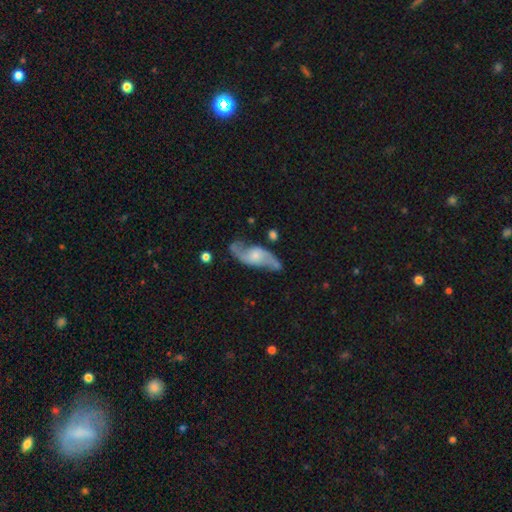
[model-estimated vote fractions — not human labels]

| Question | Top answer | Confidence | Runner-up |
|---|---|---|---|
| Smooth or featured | featured or disk | 82% | smooth (13%) |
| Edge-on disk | no | 93% | yes (7%) |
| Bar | no | 59% | weak (33%) |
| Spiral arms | yes | 94% | no (6%) |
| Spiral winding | loose | 66% | medium (27%) |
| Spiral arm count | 2 | 91% | can't tell (4%) |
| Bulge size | small | 54% | moderate (34%) |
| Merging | none | 69% | minor disturbance (19%) |